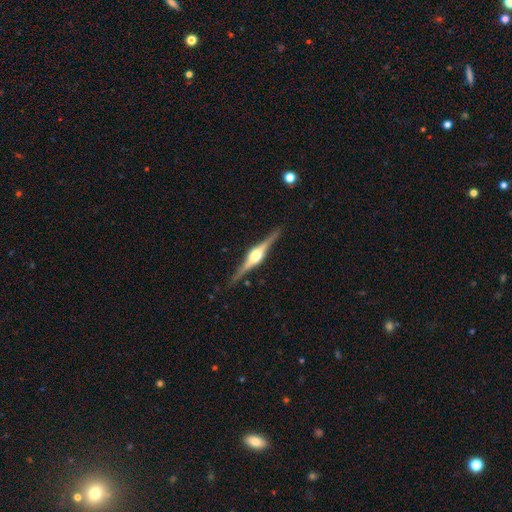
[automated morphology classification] This appears to be a featured or disk galaxy (87%) viewed edge-on (98%) with a rounded central bulge (87%). Merging: none (89%).